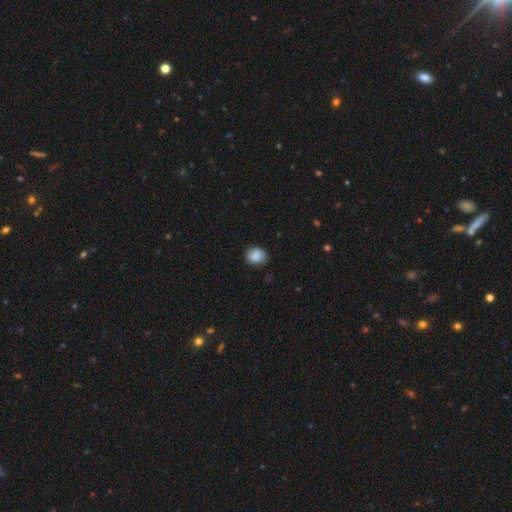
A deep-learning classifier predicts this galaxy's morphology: A smooth galaxy with no disk features (78%) that is round (54%).

Vote fractions:
- Smooth or featured? smooth: 78% / featured or disk: 13% / star or artifact: 9%
- How rounded? round: 54% / in between: 45% / cigar-shaped: 1%
- Merging? none: 70% / minor disturbance: 20% / merger: 5% / major disturbance: 5%